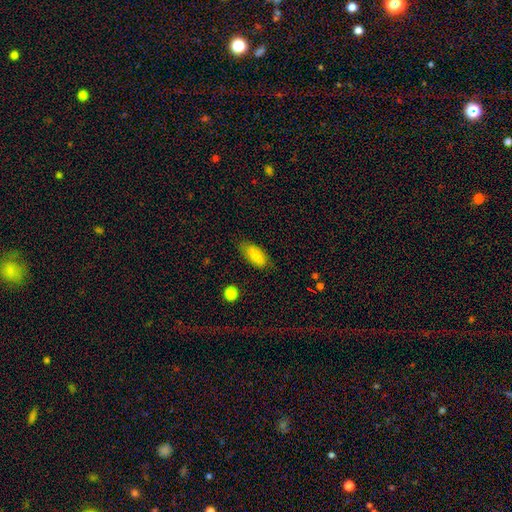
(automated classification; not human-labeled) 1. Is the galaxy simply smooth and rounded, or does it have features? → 86% smooth, 7% star or artifact, 7% featured or disk.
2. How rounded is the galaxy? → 88% in between, 10% cigar-shaped, 2% round.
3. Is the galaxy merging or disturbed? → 75% none, 19% minor disturbance, 4% major disturbance, 1% merger.